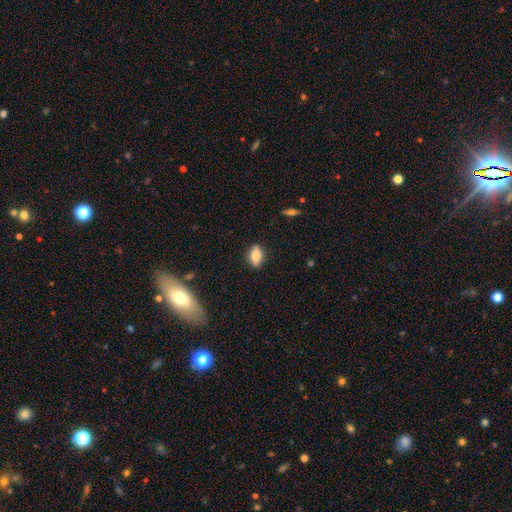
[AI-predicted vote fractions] Smooth or featured? smooth (68%)
How rounded? in between (75%)
Merging? none (84%)